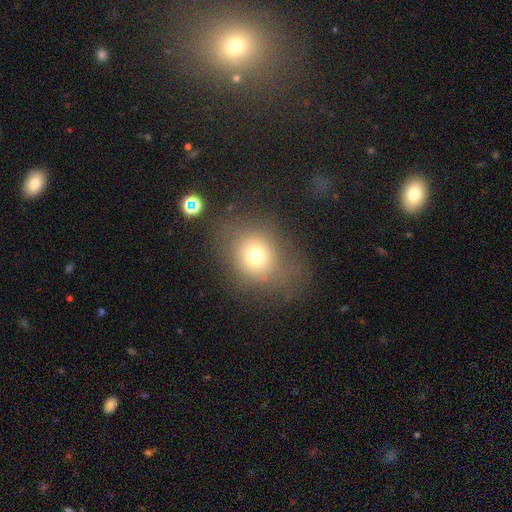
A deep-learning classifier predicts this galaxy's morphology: This appears to be a smooth galaxy with no disk features (71%) that is round (63%). Merging: none (64%).